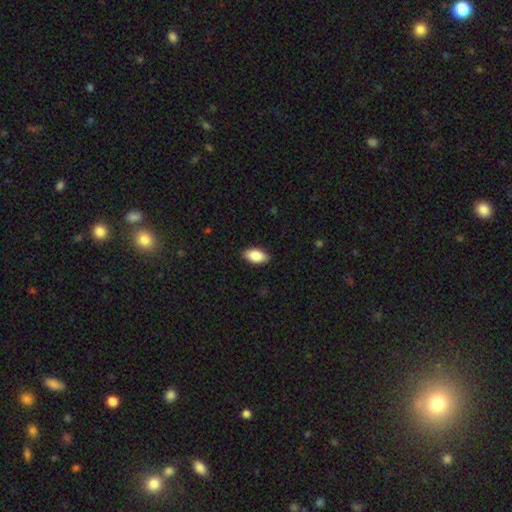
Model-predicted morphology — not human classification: smooth 85%, featured or disk 9%, star or artifact 6%. Down the decision tree: how rounded — in between (92%); merging — none (89%).